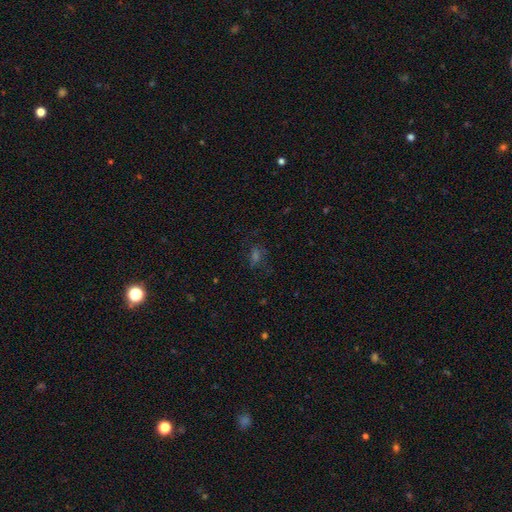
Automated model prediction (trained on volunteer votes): A star or artifact, not a galaxy (40%).

Vote fractions:
- Smooth or featured? star or artifact: 40% / smooth: 35% / featured or disk: 25%